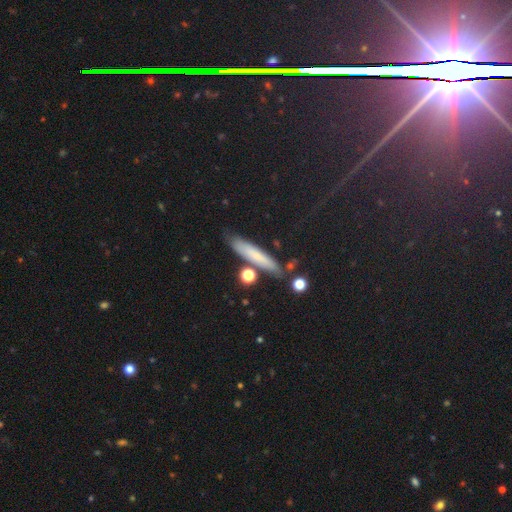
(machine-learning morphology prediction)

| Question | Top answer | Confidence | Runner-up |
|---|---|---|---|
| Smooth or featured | smooth | 64% | featured or disk (24%) |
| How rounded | cigar-shaped | 86% | in between (10%) |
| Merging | none | 79% | minor disturbance (13%) |